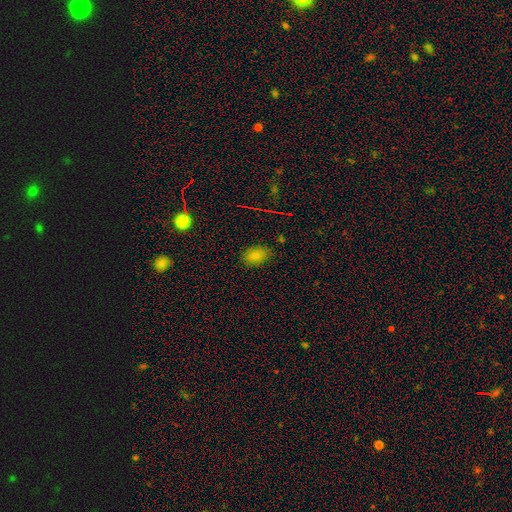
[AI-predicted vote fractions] Morphology: type=smooth (78%); roundness=in between (83%); merging=none (80%).